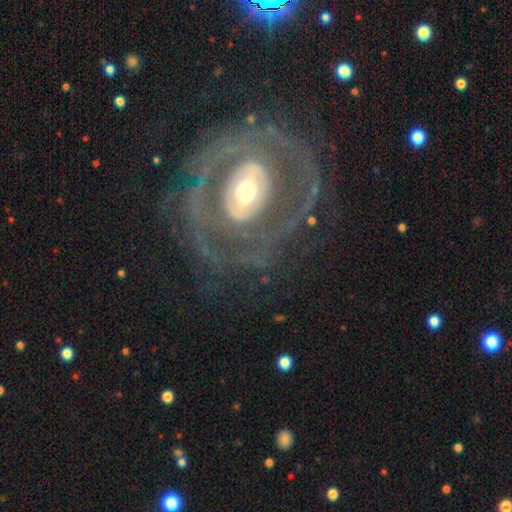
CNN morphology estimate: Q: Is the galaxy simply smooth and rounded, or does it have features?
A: featured or disk — 82%.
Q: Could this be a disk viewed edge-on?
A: no — 96%.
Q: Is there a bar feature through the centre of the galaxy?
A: no — 44%.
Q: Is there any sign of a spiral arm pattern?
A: yes — 71%.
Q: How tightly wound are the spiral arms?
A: tight — 59%.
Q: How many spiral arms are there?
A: can't tell — 36%.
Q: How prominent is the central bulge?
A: moderate — 59%.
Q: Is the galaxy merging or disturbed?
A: none — 70%.